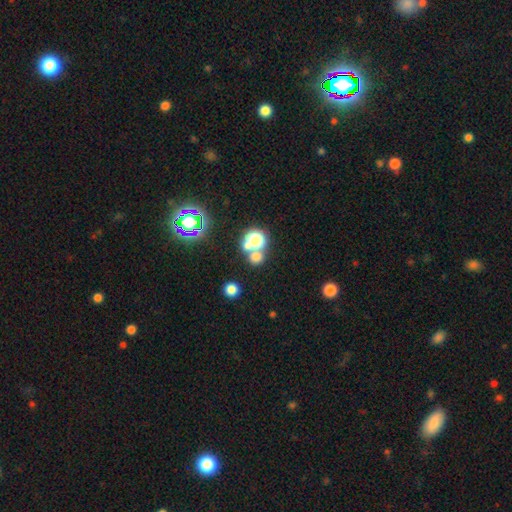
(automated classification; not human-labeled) Morphology: type=smooth (63%); roundness=round (80%); merging=none (51%).